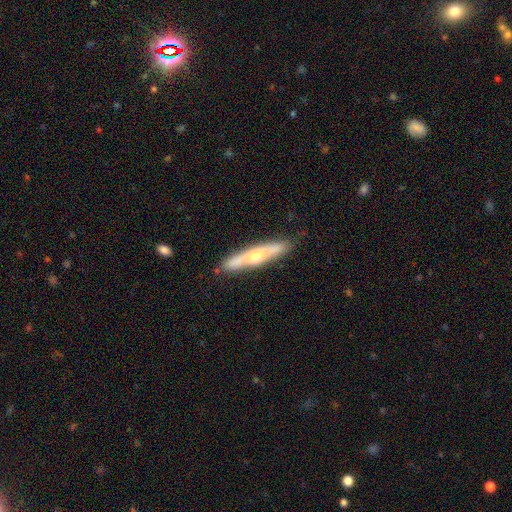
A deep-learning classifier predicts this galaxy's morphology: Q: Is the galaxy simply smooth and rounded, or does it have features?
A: featured or disk — 55%.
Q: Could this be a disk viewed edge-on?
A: yes — 82%.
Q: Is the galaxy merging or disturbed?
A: none — 83%.